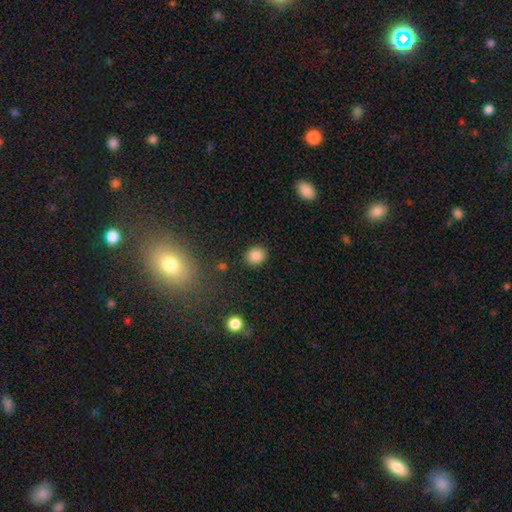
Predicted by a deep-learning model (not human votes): smooth 85%, star or artifact 11%, featured or disk 4%. Down the decision tree: how rounded — round (77%); merging — none (88%).